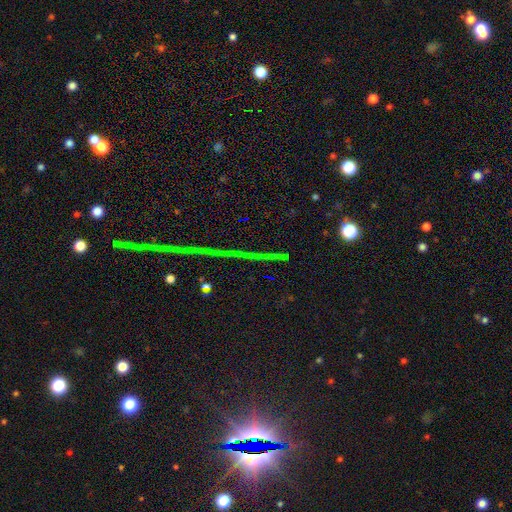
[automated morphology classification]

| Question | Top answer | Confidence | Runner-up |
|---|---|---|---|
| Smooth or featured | star or artifact | 82% | featured or disk (9%) |